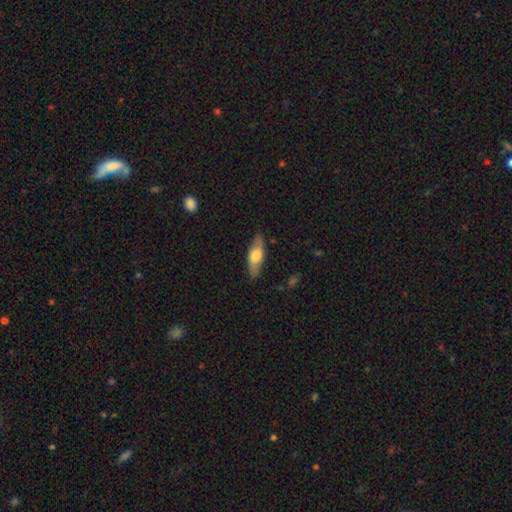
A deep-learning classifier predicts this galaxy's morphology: This appears to be a smooth galaxy with no disk features (60%) that is in between round and cigar-shaped (61%). Merging: none (83%).